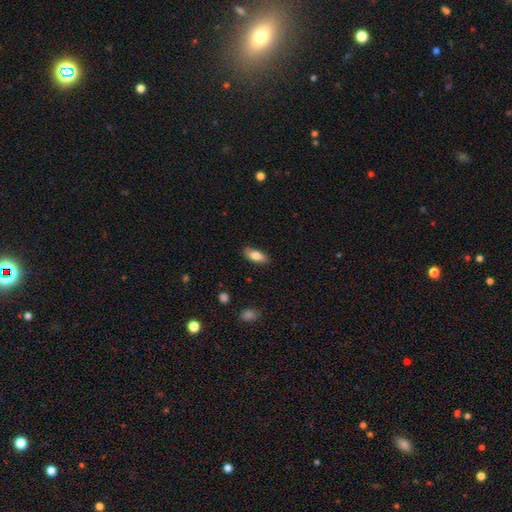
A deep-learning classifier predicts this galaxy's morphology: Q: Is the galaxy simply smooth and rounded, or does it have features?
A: smooth — 81%.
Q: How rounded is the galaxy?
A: in between — 84%.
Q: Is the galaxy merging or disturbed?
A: none — 86%.